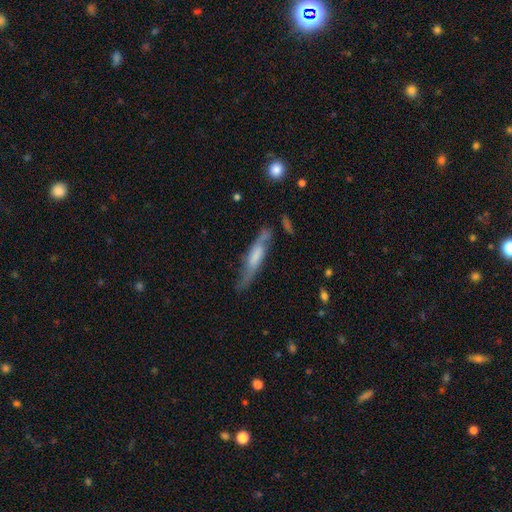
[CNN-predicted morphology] featured or disk 58%, smooth 35%, star or artifact 6%. Down the decision tree: edge-on disk — yes (55%); merging — none (59%).